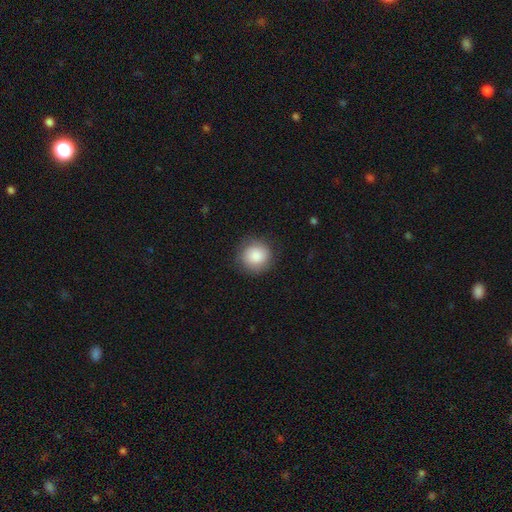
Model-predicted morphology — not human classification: This appears to be a smooth galaxy with no disk features (87%) that is round (92%). Merging: none (86%).